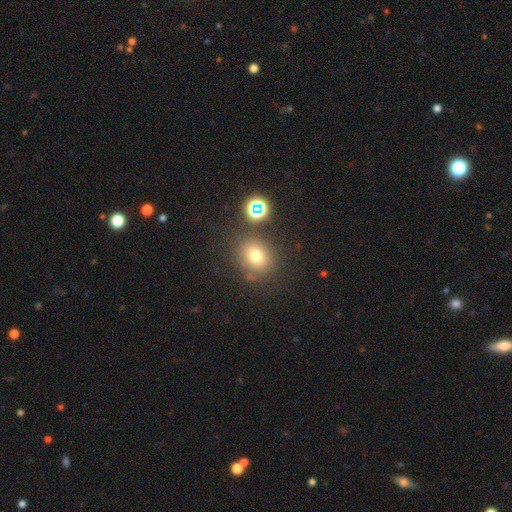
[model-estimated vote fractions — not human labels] Q: Smooth or featured?
A: smooth (72%); runner-up: star or artifact (18%)
Q: How rounded?
A: round (74%); runner-up: in between (25%)
Q: Merging?
A: none (76%); runner-up: minor disturbance (11%)